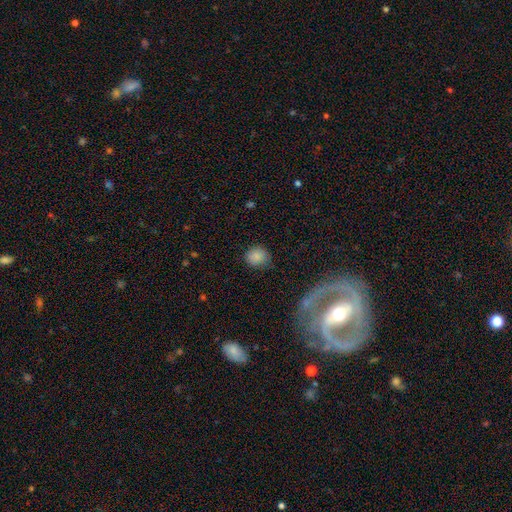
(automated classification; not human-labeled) The model was most divided on "how rounded": round: 82%, in between: 17%, cigar-shaped: 1%. More confident: smooth or featured — smooth (85%); merging — none (81%).